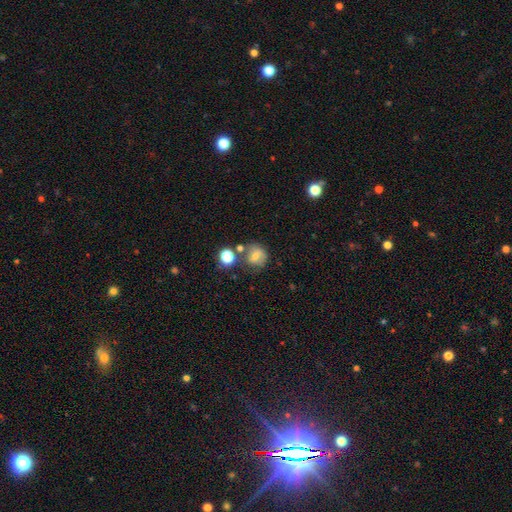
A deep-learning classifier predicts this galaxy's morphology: Q: Smooth or featured?
A: smooth (62%); runner-up: featured or disk (24%)
Q: How rounded?
A: round (80%); runner-up: in between (19%)
Q: Merging?
A: none (59%); runner-up: minor disturbance (18%)